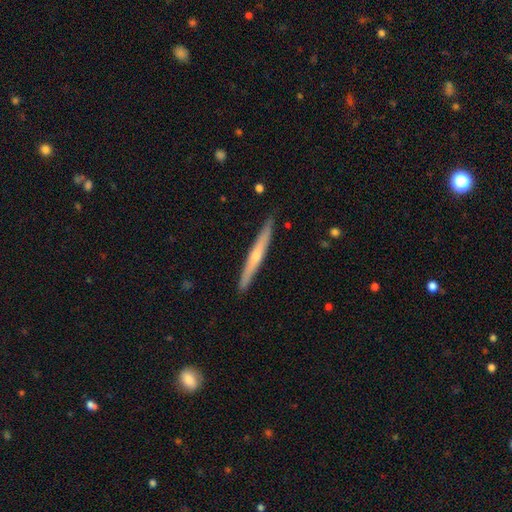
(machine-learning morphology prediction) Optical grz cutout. It shows a featured or disk galaxy (59%) viewed edge-on (97%) with a rounded central bulge (67%). Merging: none (89%).